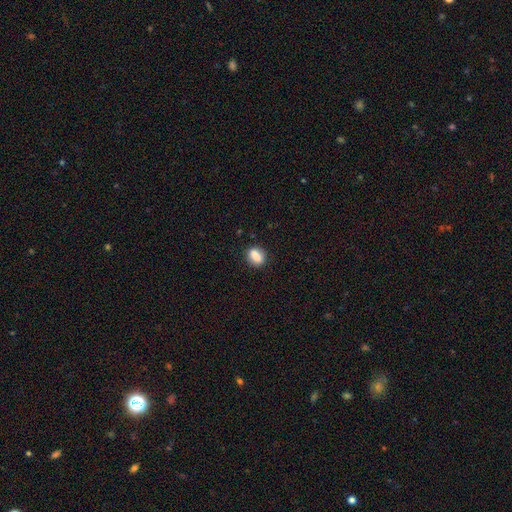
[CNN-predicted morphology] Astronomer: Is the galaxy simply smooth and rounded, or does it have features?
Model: smooth — 81%.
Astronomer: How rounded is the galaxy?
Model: in between — 62%.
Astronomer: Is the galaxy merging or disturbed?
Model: none — 81%.